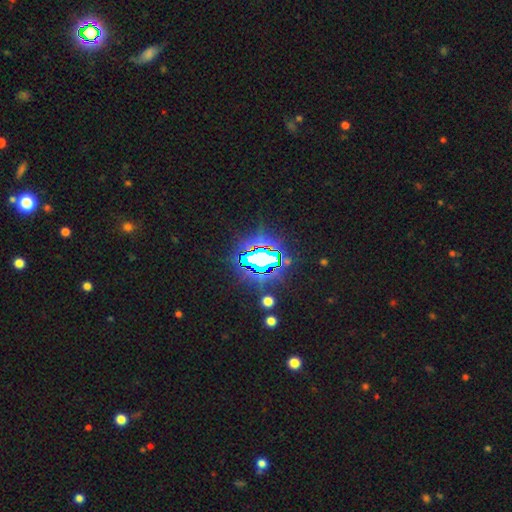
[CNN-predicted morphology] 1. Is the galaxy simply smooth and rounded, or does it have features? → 74% star or artifact, 15% smooth, 12% featured or disk.